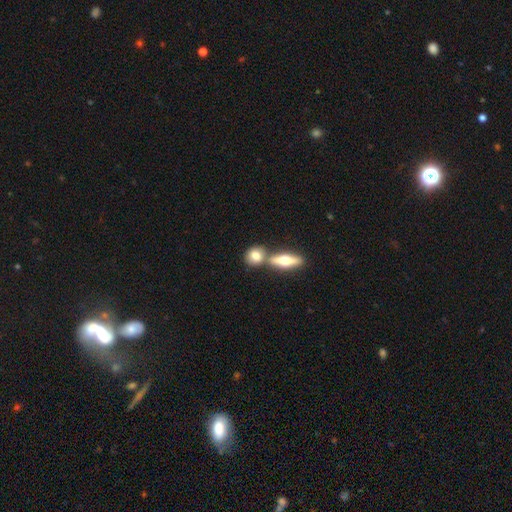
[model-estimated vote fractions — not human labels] Smooth or featured? smooth (74%)
How rounded? round (61%)
Merging? none (58%)